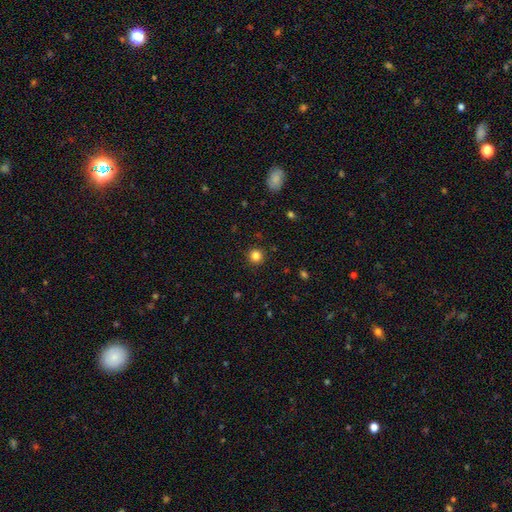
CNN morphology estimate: A smooth galaxy with no disk features (83%) that is round (94%).

Vote fractions:
- Smooth or featured? smooth: 83% / star or artifact: 13% / featured or disk: 4%
- How rounded? round: 94% / in between: 5% / cigar-shaped: 1%
- Merging? none: 91% / minor disturbance: 6% / major disturbance: 2% / merger: 1%